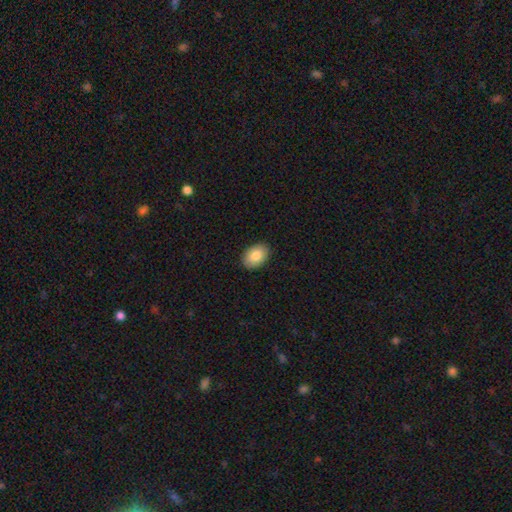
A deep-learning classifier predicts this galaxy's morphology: This appears to be a smooth galaxy with no disk features (84%) that is in between round and cigar-shaped (84%). Merging: none (90%).